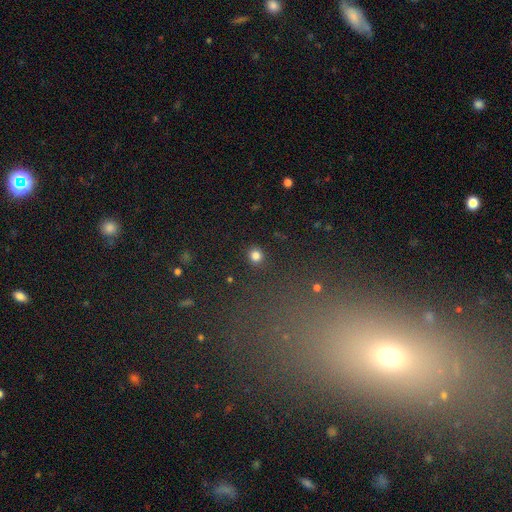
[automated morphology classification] Smooth or featured? Predicted: smooth (p=0.82). How rounded? Predicted: round (p=0.89). Merging? Predicted: none (p=0.91).